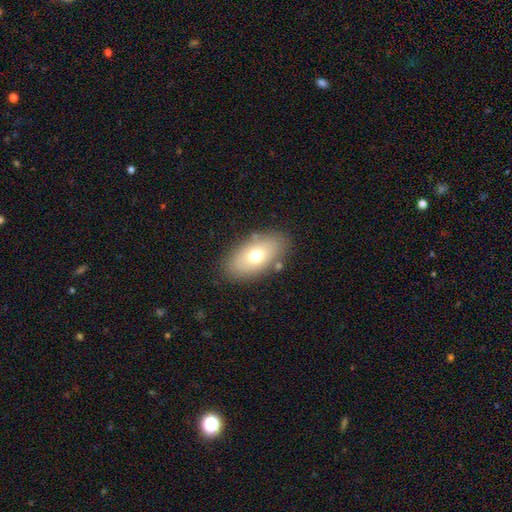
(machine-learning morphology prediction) A smooth galaxy with no disk features (68%) that is in between round and cigar-shaped (90%). Merging: none (82%).